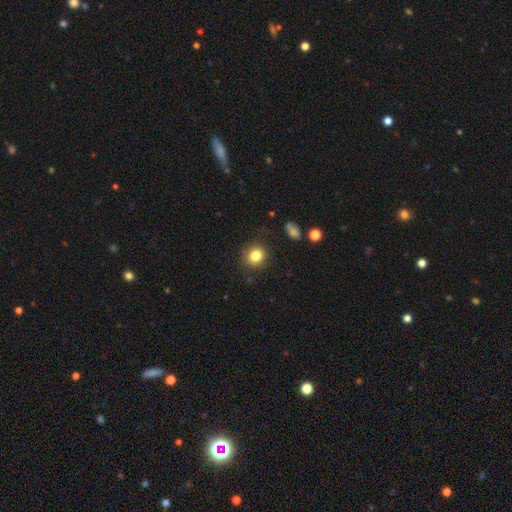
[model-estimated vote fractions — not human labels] smooth-or-featured: smooth: 82% | star or artifact: 11% | featured or disk: 6%
  how-rounded: round: 82% | in between: 17% | cigar-shaped: 1%
  merging: none: 85% | minor disturbance: 11% | major disturbance: 3% | merger: 2%